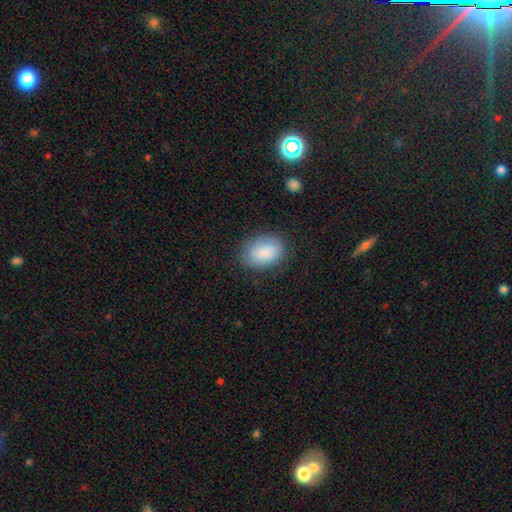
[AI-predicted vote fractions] A smooth galaxy with no disk features (85%) that is in between round and cigar-shaped (83%). Merging: none (80%).